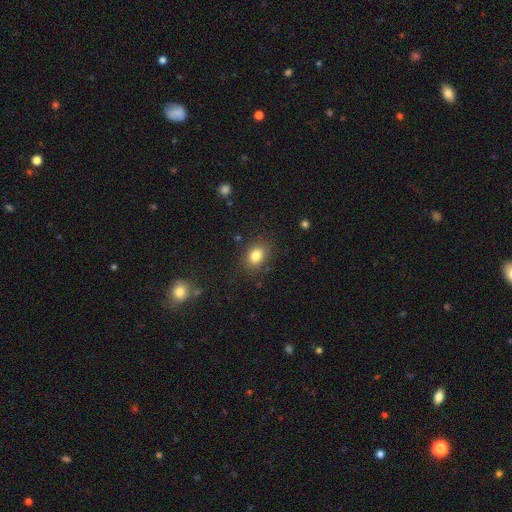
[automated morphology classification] Smooth or featured: smooth — 82% (star or artifact — 11%)
How rounded: in between — 60% (round — 38%)
Merging: none — 84% (minor disturbance — 11%)